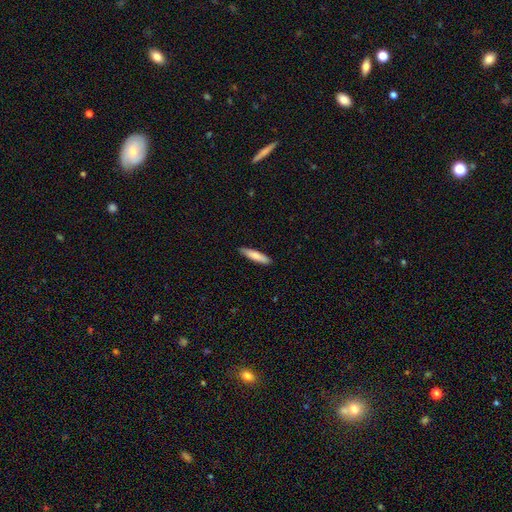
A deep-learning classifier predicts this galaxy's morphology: A smooth galaxy with no disk features (79%) that is cigar-shaped (86%). Merging: none (89%).